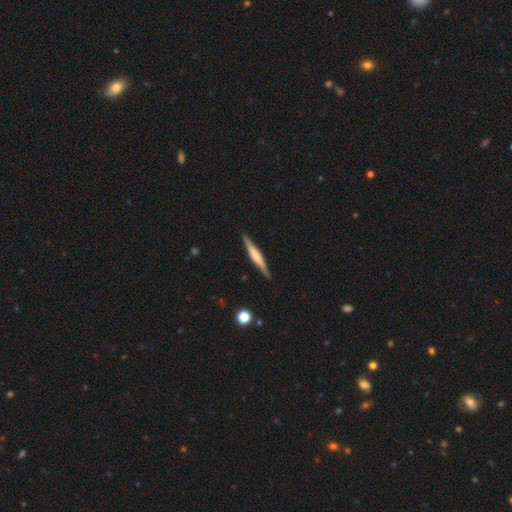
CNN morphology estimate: smooth-or-featured: featured or disk: 67% | smooth: 28% | star or artifact: 5%
  disk-edge-on: yes: 98% | no: 2%
    edge-on-bulge: rounded: 64% | boxy: 20% | none: 15%
  merging: none: 90% | minor disturbance: 7% | major disturbance: 1% | merger: 1%